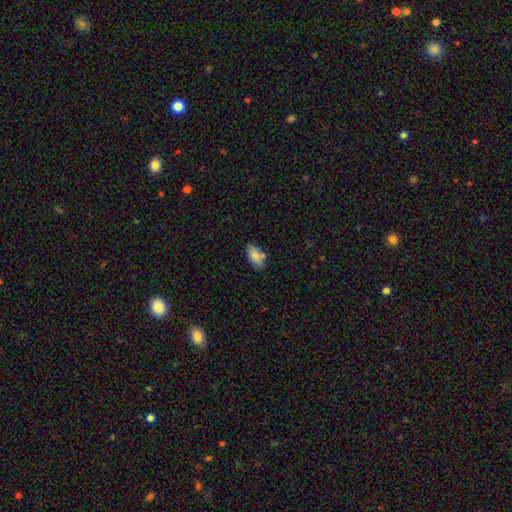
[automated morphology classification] Q: Smooth or featured?
A: smooth (79%); runner-up: featured or disk (14%)
Q: How rounded?
A: in between (92%); runner-up: cigar-shaped (5%)
Q: Merging?
A: none (71%); runner-up: minor disturbance (16%)